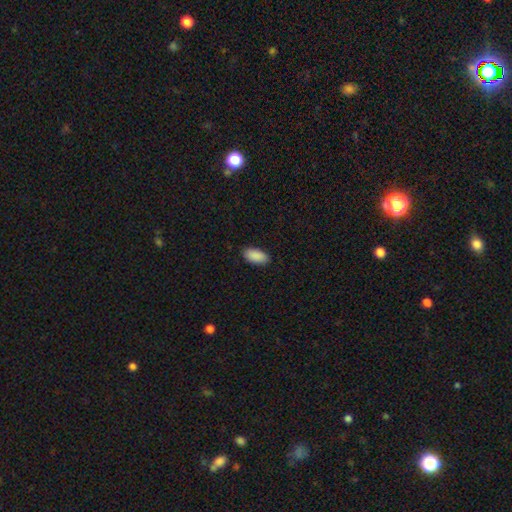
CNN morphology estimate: smooth 91%, star or artifact 6%, featured or disk 3%. Down the decision tree: how rounded — in between (93%); merging — none (88%).